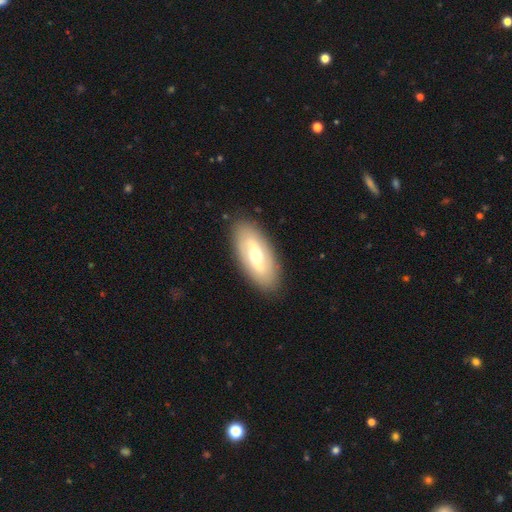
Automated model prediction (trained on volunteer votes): This appears to be a featured or disk galaxy (59%) with a weak bar (38%), no spiral arms (52%) and a moderate central bulge (74%). Merging: none (89%).